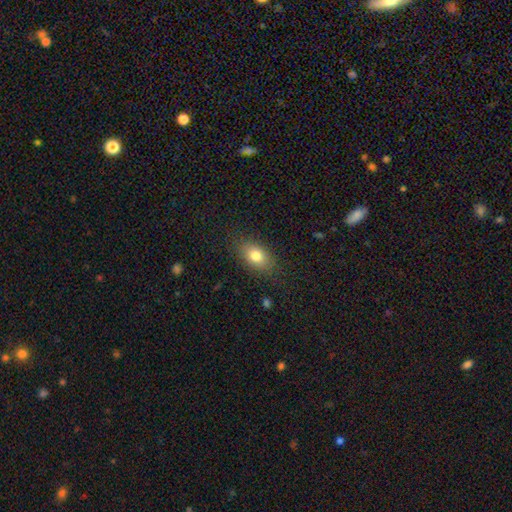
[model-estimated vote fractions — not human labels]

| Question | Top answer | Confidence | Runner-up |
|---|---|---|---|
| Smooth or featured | smooth | 79% | featured or disk (11%) |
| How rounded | in between | 82% | round (15%) |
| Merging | none | 82% | minor disturbance (13%) |